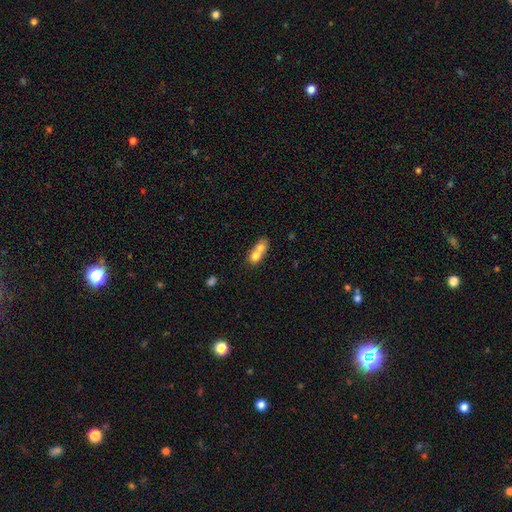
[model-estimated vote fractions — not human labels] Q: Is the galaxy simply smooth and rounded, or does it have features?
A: smooth — 68%.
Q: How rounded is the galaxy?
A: in between — 52%.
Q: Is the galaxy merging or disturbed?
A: merger — 75%.